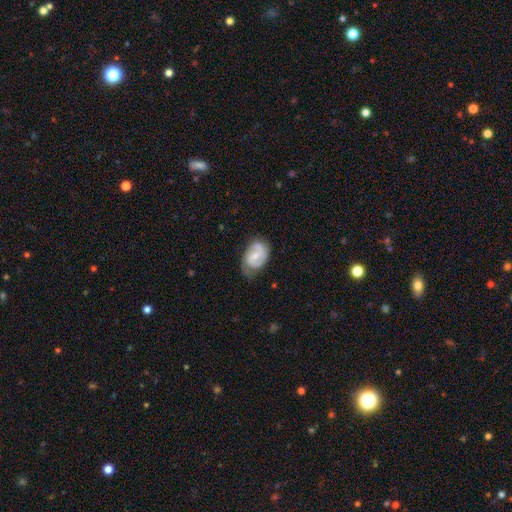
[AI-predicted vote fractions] smooth-or-featured: featured or disk: 69% | smooth: 25% | star or artifact: 6%
  disk-edge-on: no: 97% | yes: 3%
    bar: weak: 45% (tied) | no: 45% (tied) | strong: 10%
    has-spiral-arms: yes: 89% | no: 11%
      spiral-winding: medium: 46% | tight: 35% | loose: 20%
      spiral-arm-count: 2: 75% | can't tell: 12% | 1: 9% | 3: 2% | 4: 1% | more than 4: 1%
    bulge-size: small: 49% | moderate: 43% | none: 5% | large: 2% | dominant: 1%
  merging: none: 56% | minor disturbance: 31% | major disturbance: 11% | merger: 2%